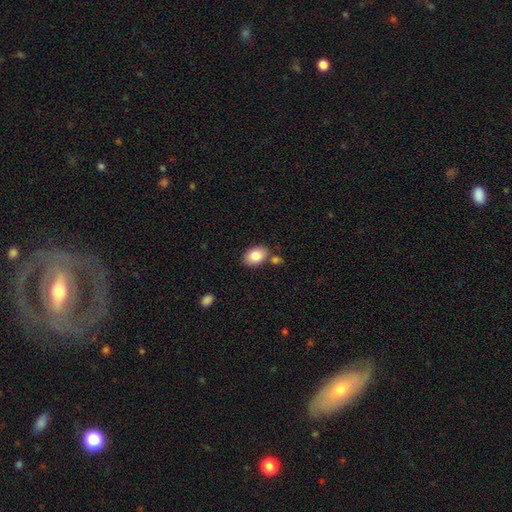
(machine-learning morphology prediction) This is clearly a smooth galaxy (83%). How rounded: clearly in between (81%). Merging: likely none (75%).